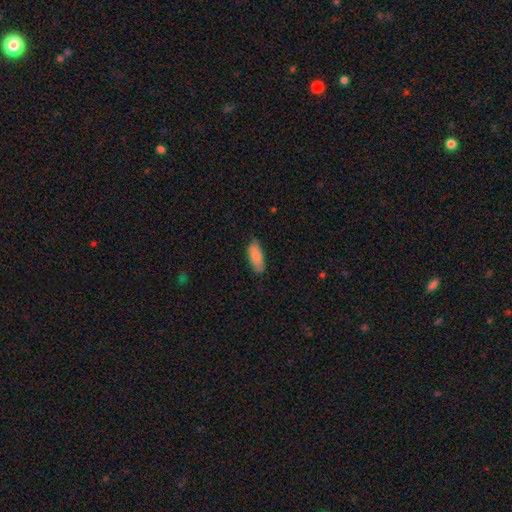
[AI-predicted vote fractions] Q: Smooth or featured?
A: smooth (86%); runner-up: featured or disk (8%)
Q: How rounded?
A: in between (76%); runner-up: cigar-shaped (22%)
Q: Merging?
A: none (79%); runner-up: minor disturbance (18%)